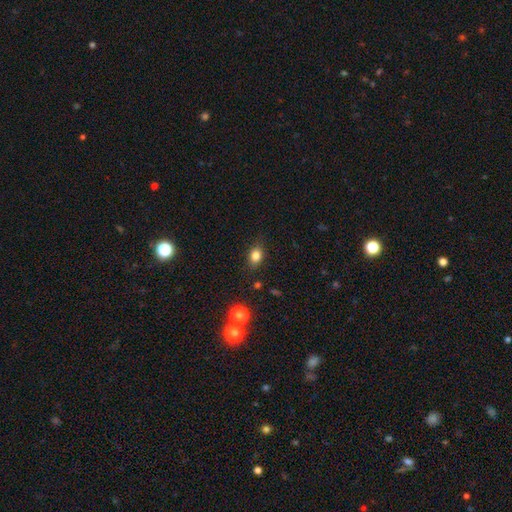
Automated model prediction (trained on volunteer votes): The model was most divided on "how rounded": in between: 70%, round: 28%, cigar-shaped: 2%. More confident: merging — none (83%); smooth or featured — smooth (81%).